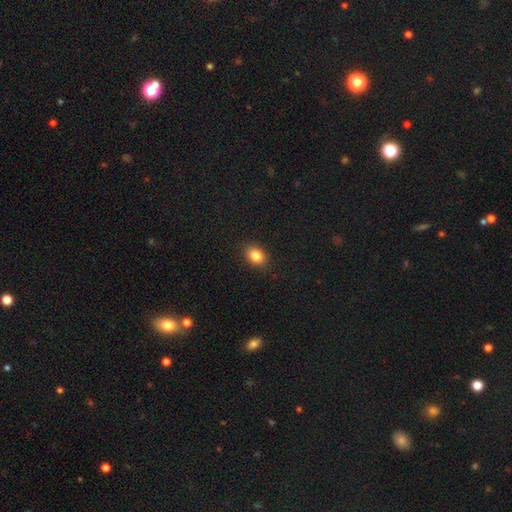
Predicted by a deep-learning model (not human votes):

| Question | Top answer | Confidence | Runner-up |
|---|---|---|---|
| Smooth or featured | smooth | 84% | star or artifact (10%) |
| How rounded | in between | 67% | round (32%) |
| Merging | none | 88% | minor disturbance (9%) |